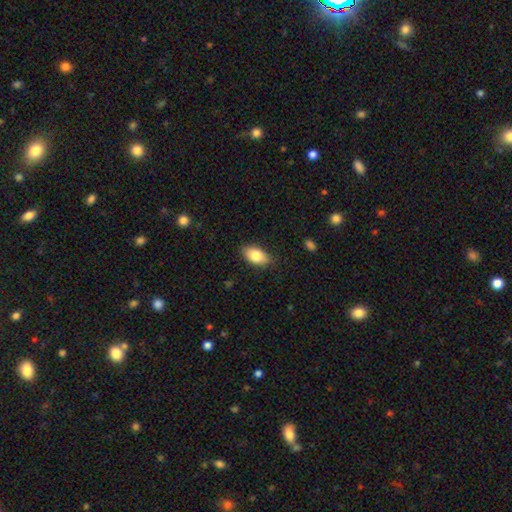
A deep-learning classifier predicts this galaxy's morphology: A smooth galaxy with no disk features (82%) that is in between round and cigar-shaped (91%).

Vote fractions:
- Smooth or featured? smooth: 82% / featured or disk: 11% / star or artifact: 7%
- How rounded? in between: 91% / round: 5% / cigar-shaped: 4%
- Merging? none: 83% / minor disturbance: 13% / major disturbance: 3% / merger: 1%